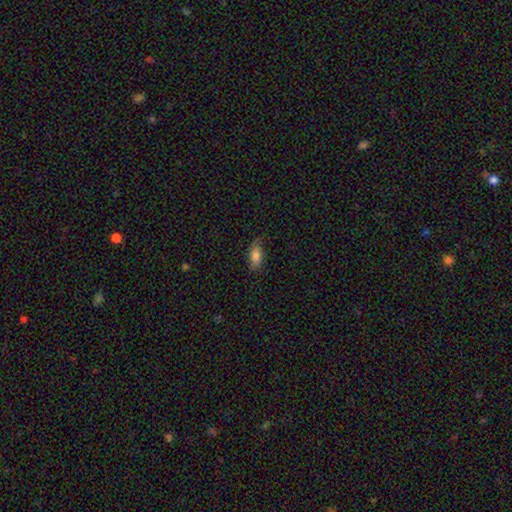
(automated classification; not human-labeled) Smooth or featured? Predicted: smooth (p=0.77). How rounded? Predicted: in between (p=0.87). Merging? Predicted: none (p=0.68).